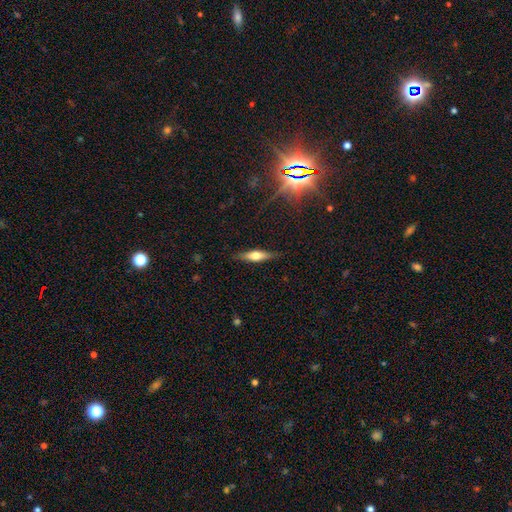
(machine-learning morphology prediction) Smooth or featured?
  - smooth: 50% *
  - featured or disk: 43%
  - star or artifact: 8%
Merging?
  - none: 86% *
  - minor disturbance: 10%
  - major disturbance: 2%
  - merger: 1%